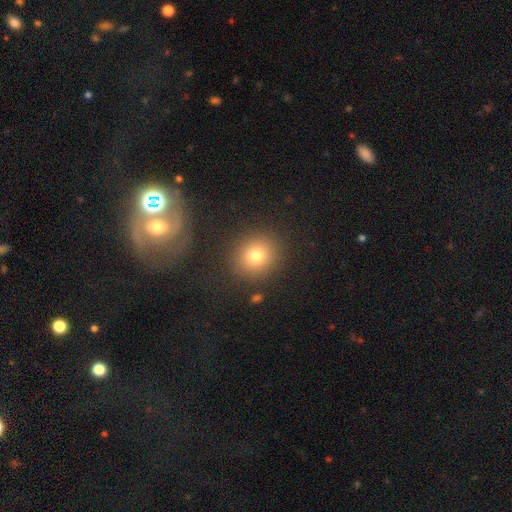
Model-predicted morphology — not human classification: This appears to be a smooth galaxy with no disk features (77%) that is round (86%). Merging: none (87%).